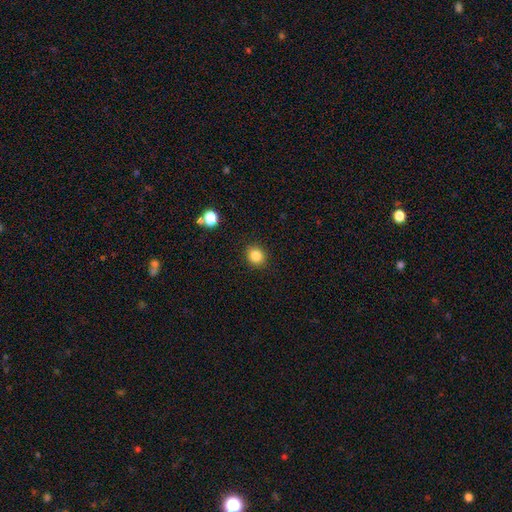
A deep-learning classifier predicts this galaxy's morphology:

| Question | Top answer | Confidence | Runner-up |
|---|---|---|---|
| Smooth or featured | smooth | 85% | star or artifact (11%) |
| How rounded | round | 79% | in between (20%) |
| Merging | none | 90% | minor disturbance (6%) |